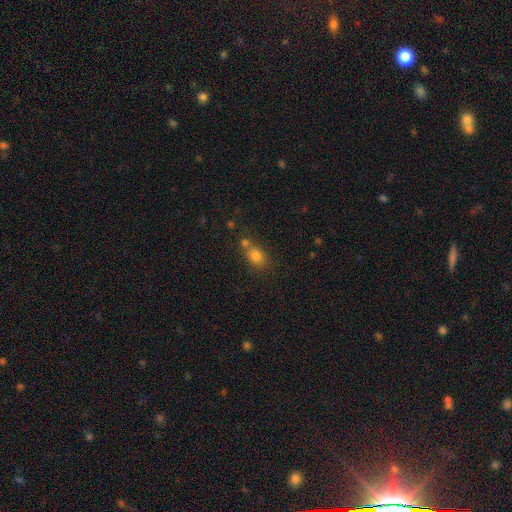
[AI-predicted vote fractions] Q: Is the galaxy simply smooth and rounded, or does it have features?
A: smooth — 79%.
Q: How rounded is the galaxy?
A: round — 51%.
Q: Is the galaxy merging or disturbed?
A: none — 51%.